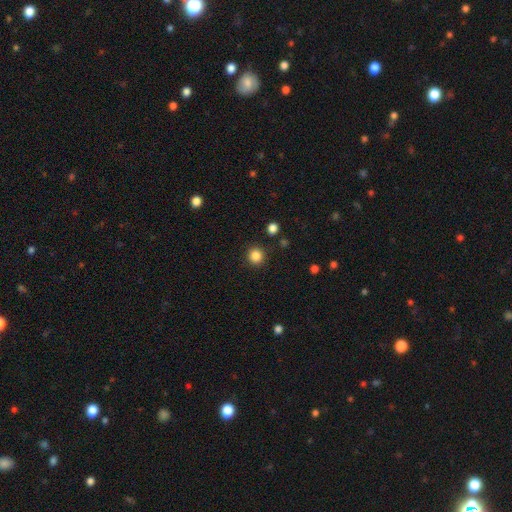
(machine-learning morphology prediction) This appears to be a smooth galaxy with no disk features (86%) that is round (94%). Merging: none (90%).